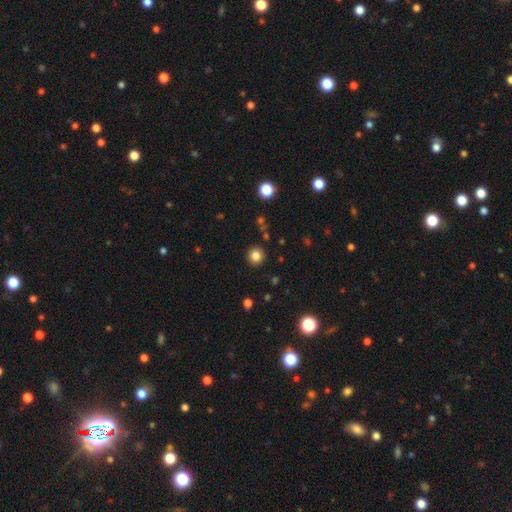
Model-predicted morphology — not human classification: Smooth or featured? Predicted: smooth (p=0.83). How rounded? Predicted: round (p=0.94). Merging? Predicted: none (p=0.91).